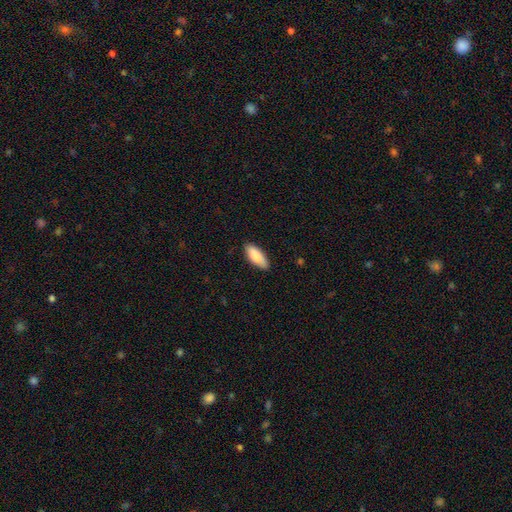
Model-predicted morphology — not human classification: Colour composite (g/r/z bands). It shows a smooth galaxy with no disk features (86%) that is in between round and cigar-shaped (78%). Merging: none (85%).